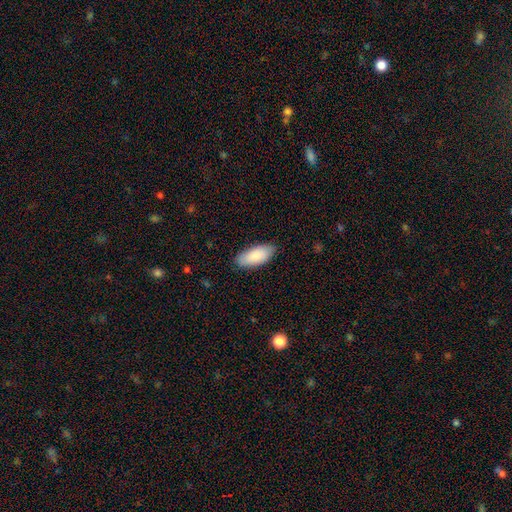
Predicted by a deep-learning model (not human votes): Smooth or featured?
  - smooth: 86% *
  - featured or disk: 8%
  - star or artifact: 5%
How rounded?
  - in between: 86% *
  - cigar-shaped: 12%
  - round: 2%
Merging?
  - none: 86% *
  - minor disturbance: 11%
  - major disturbance: 2%
  - merger: 1%